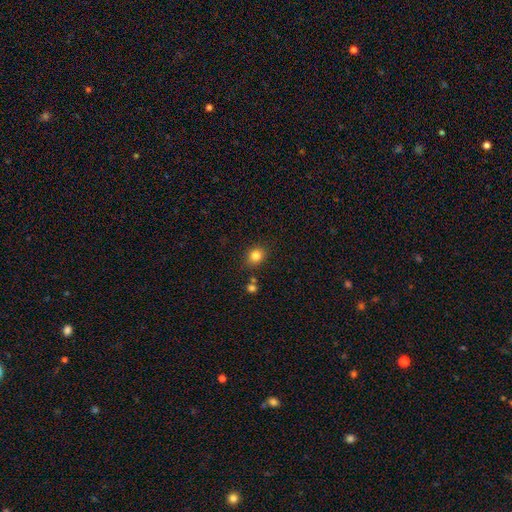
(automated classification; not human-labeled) Smooth or featured? smooth (83%)
How rounded? round (65%)
Merging? none (83%)